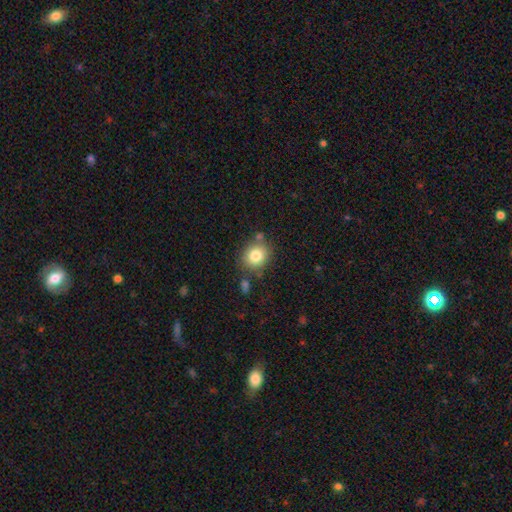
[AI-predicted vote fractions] A smooth galaxy with no disk features (81%) that is round (74%).

Vote fractions:
- Smooth or featured? smooth: 81% / star or artifact: 10% / featured or disk: 9%
- How rounded? round: 74% / in between: 25% / cigar-shaped: 1%
- Merging? none: 74% / minor disturbance: 13% / merger: 9% / major disturbance: 4%